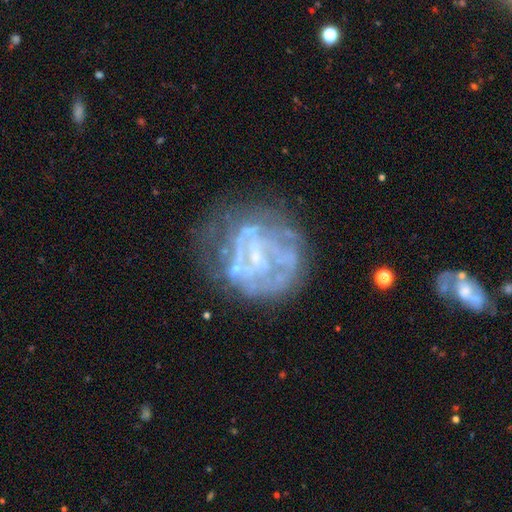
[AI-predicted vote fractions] featured or disk 72%, smooth 17%, star or artifact 11%. Down the decision tree: edge-on disk — no (98%); bar — no (62%); spiral arms — no (65%); bulge size — none (50%); merging — none (50%).